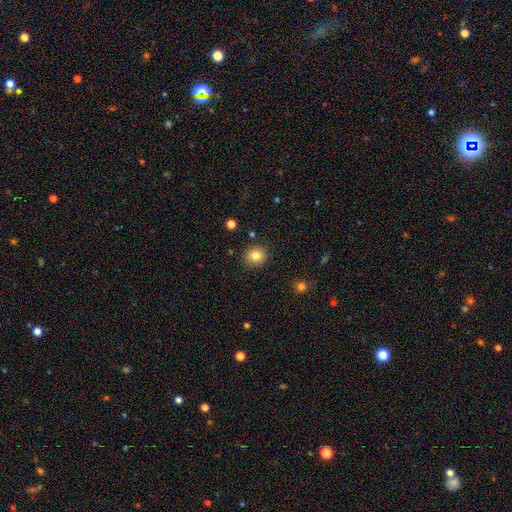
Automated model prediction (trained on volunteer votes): Q: Smooth or featured?
A: smooth (82%); runner-up: star or artifact (10%)
Q: How rounded?
A: round (83%); runner-up: in between (16%)
Q: Merging?
A: none (88%); runner-up: minor disturbance (8%)